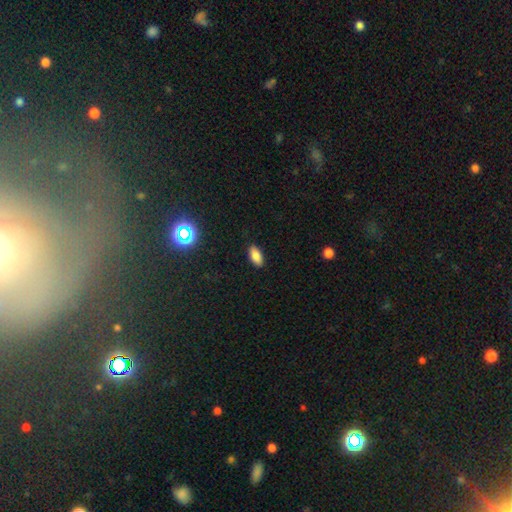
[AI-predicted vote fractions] smooth-or-featured: smooth: 83% | star or artifact: 11% | featured or disk: 6%
  how-rounded: in between: 91% | cigar-shaped: 6% | round: 3%
  merging: none: 88% | minor disturbance: 9% | major disturbance: 2% | merger: 1%